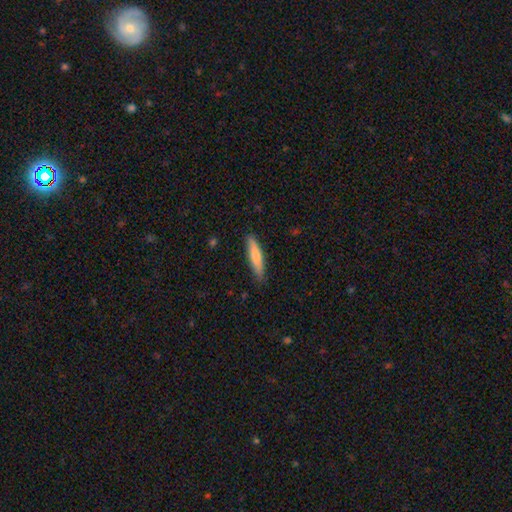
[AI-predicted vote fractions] Smooth or featured? Predicted: smooth (p=0.76). How rounded? Predicted: cigar-shaped (p=0.84). Merging? Predicted: none (p=0.86).